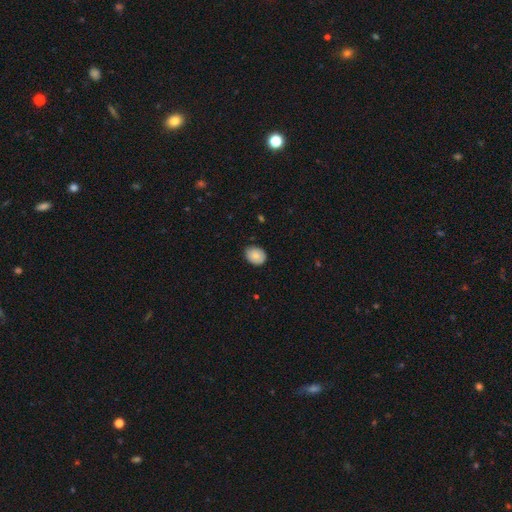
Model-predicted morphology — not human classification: This appears to be a smooth galaxy with no disk features (82%) that is in between round and cigar-shaped (53%). Merging: none (77%).